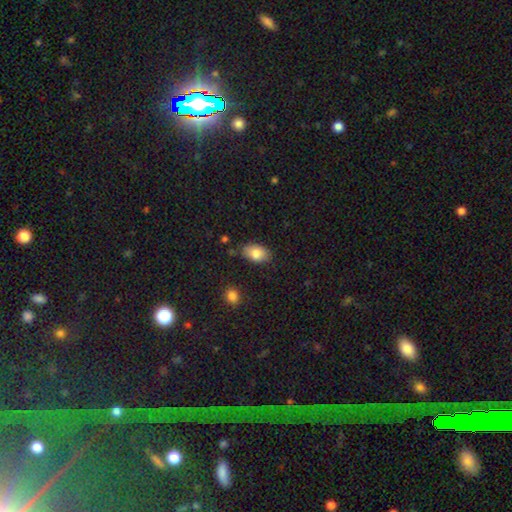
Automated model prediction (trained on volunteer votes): Overall: smooth (84%). How rounded: in between (90%). Merging: none (80%).